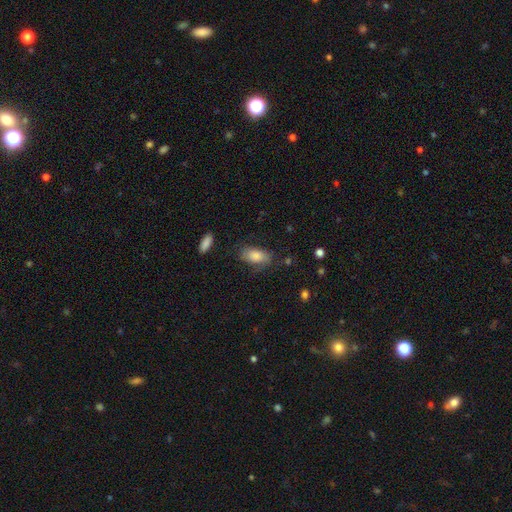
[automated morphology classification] The model was most divided on "merging": none: 68%, minor disturbance: 22%, major disturbance: 8%, merger: 2%. More confident: how rounded — in between (90%); smooth or featured — smooth (77%).